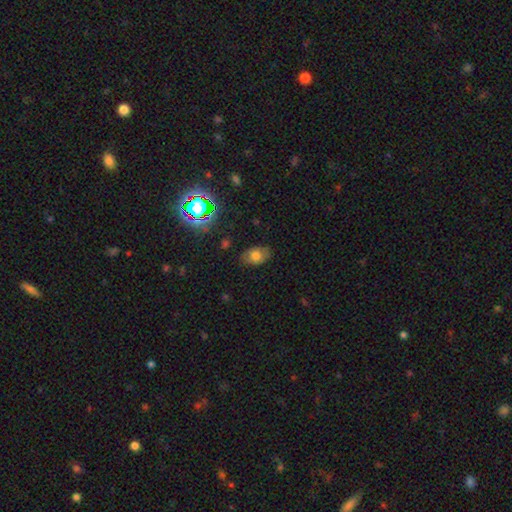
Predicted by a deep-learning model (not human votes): This is likely a smooth galaxy (69%). How rounded: clearly in between (85%). Merging: likely none (79%).